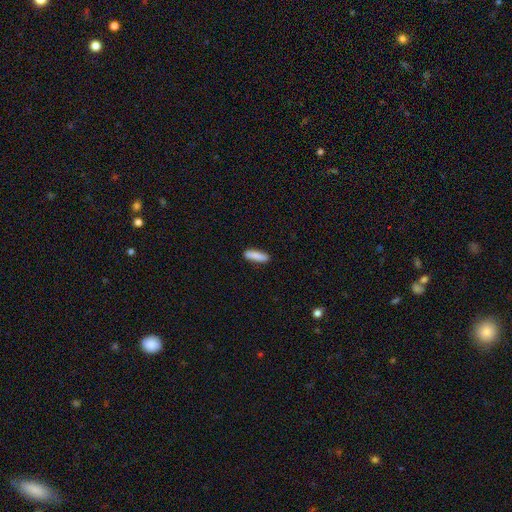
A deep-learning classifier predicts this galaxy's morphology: The model was most divided on "how rounded": cigar-shaped: 71%, in between: 28%, round: 2%. More confident: merging — none (87%); smooth or featured — smooth (87%).